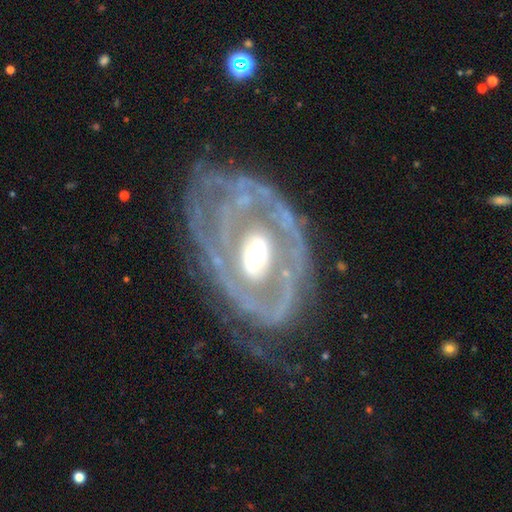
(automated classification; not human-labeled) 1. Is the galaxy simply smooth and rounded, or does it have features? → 85% featured or disk, 10% smooth, 5% star or artifact.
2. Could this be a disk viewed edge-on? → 95% no, 5% yes.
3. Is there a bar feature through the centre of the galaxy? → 66% no, 22% weak, 12% strong.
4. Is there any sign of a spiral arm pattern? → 70% yes, 30% no.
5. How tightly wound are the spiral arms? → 62% tight, 25% medium, 13% loose.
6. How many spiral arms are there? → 39% can't tell, 29% 2, 13% 1, 10% 3, 5% 4, 5% more than 4.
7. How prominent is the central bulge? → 65% moderate, 16% large, 15% small, 2% dominant, 1% none.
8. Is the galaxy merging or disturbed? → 59% none, 22% minor disturbance, 17% major disturbance, 2% merger.